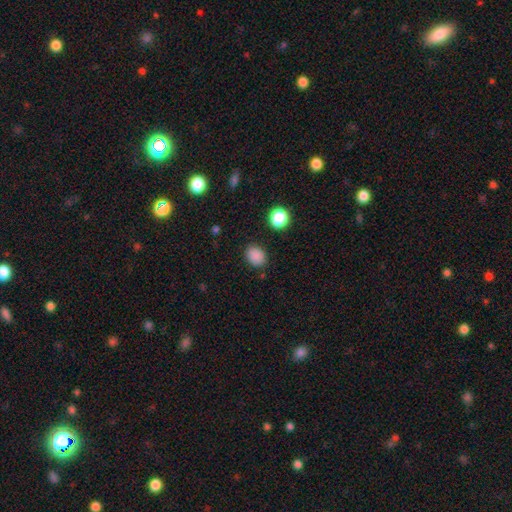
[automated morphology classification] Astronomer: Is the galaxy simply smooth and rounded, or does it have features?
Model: smooth — 86%.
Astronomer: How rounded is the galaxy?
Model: in between — 51% (runner-up: round, 48%).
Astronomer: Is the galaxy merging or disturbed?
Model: none — 84%.